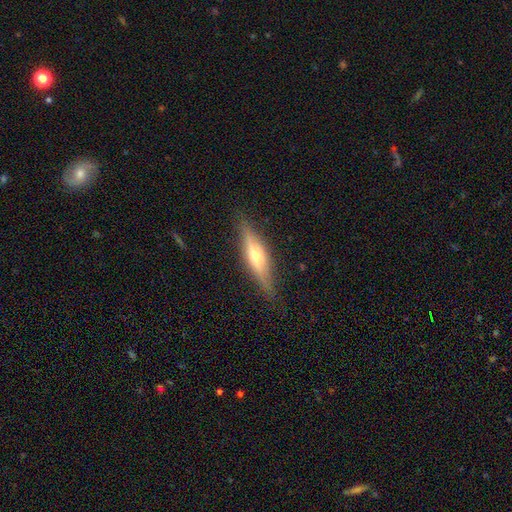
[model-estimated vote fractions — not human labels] A featured or disk galaxy (63%) viewed edge-on (93%) with a rounded central bulge (88%). Merging: none (86%).